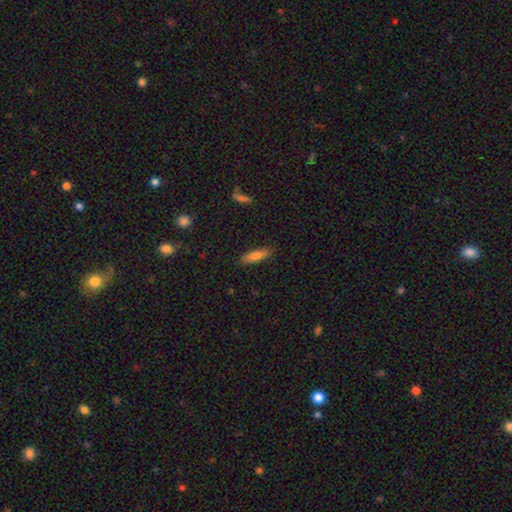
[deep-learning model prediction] A smooth galaxy with no disk features (78%) that is cigar-shaped (57%).

Vote fractions:
- Smooth or featured? smooth: 78% / featured or disk: 15% / star or artifact: 7%
- How rounded? cigar-shaped: 57% / in between: 41% / round: 2%
- Merging? none: 86% / minor disturbance: 11% / major disturbance: 2% / merger: 1%